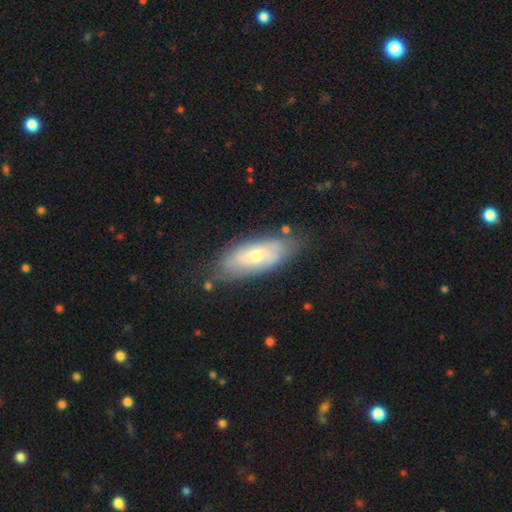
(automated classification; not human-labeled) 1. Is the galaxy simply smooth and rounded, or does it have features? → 53% featured or disk, 40% smooth, 7% star or artifact.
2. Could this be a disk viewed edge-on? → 83% no, 17% yes.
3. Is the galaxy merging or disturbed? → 73% none, 20% minor disturbance, 5% major disturbance, 3% merger.